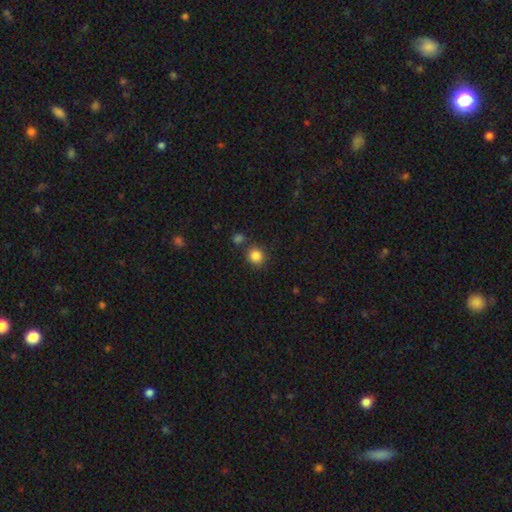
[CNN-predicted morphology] Overall: smooth (86%). How rounded: round (85%). Merging: none (78%).